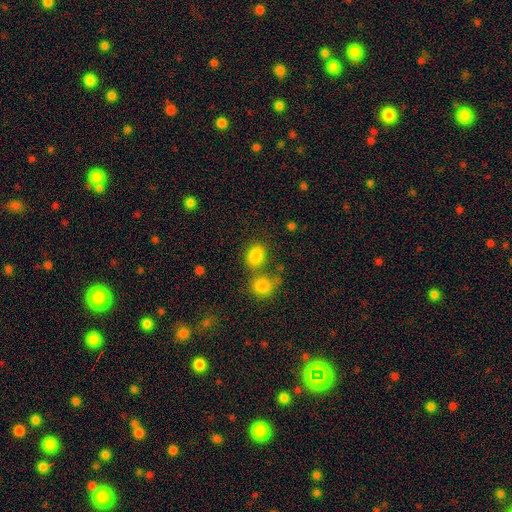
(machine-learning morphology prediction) smooth_or_featured: smooth (p=0.85) [alt: star or artifact p=0.11]
how_rounded: in between (p=0.62) [alt: round p=0.37]
merging: none (p=0.60) [alt: merger p=0.24]